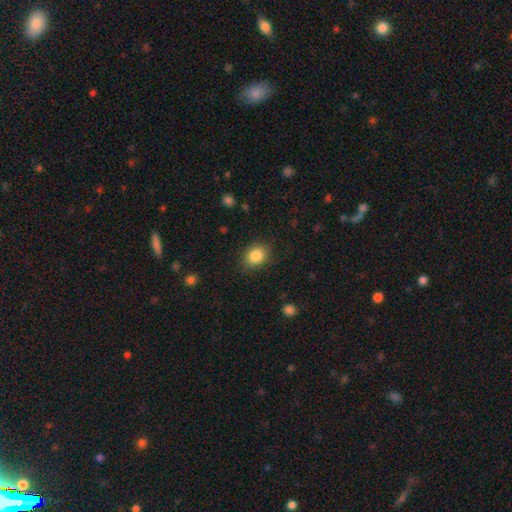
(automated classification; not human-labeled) A smooth galaxy with no disk features (86%) that is in between round and cigar-shaped (61%). Merging: none (85%).